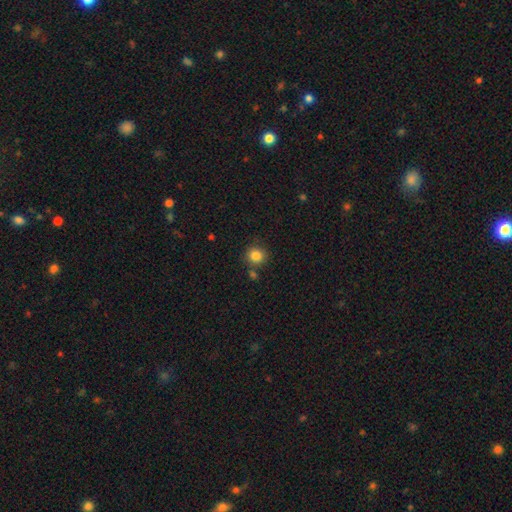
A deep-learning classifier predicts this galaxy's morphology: A smooth galaxy with no disk features (84%) that is round (90%). Merging: none (80%).